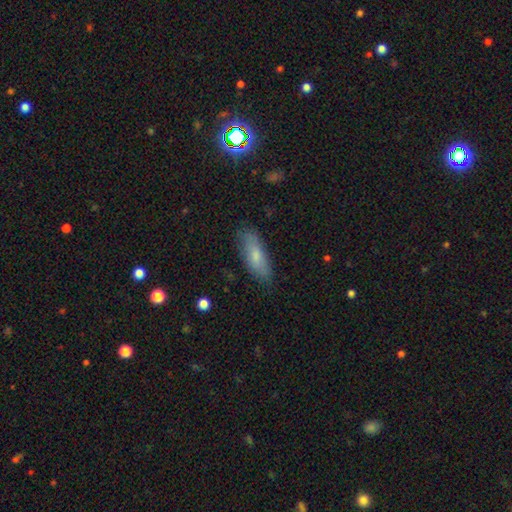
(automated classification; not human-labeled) Smooth or featured? Predicted: smooth (p=0.74). How rounded? Predicted: in between (p=0.61). Merging? Predicted: none (p=0.80).